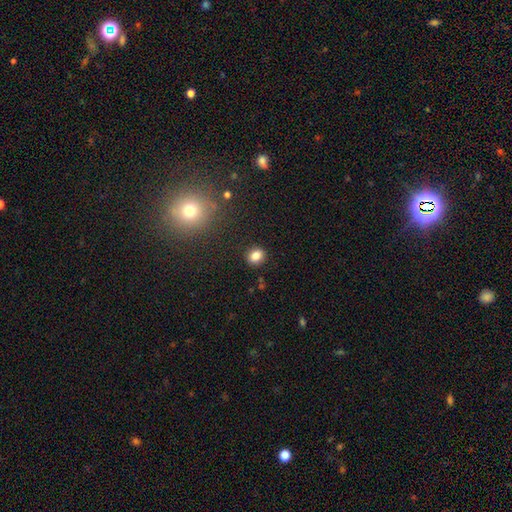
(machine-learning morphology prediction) Overall: smooth (83%). How rounded: round (56%; in between 43%). Merging: none (88%).